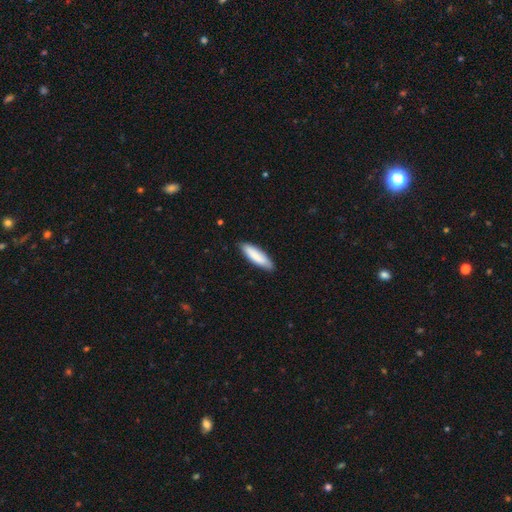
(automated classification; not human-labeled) A smooth galaxy with no disk features (85%) that is cigar-shaped (61%).

Vote fractions:
- Smooth or featured? smooth: 85% / featured or disk: 10% / star or artifact: 5%
- How rounded? cigar-shaped: 61% / in between: 37% / round: 1%
- Merging? none: 85% / minor disturbance: 12% / major disturbance: 2% / merger: 1%